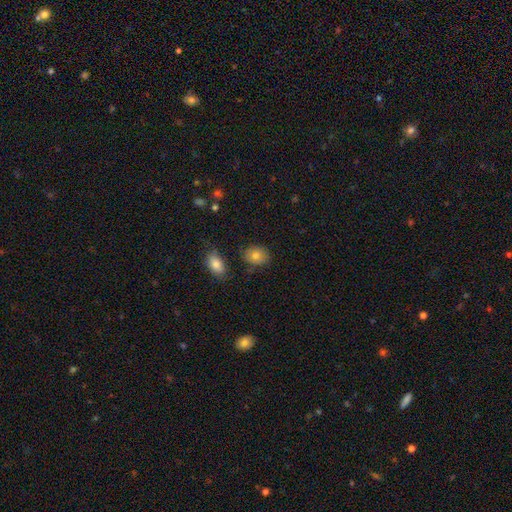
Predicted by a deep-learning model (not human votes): Overall: smooth (80%). How rounded: in between (51%; round 48%). Merging: none (78%).